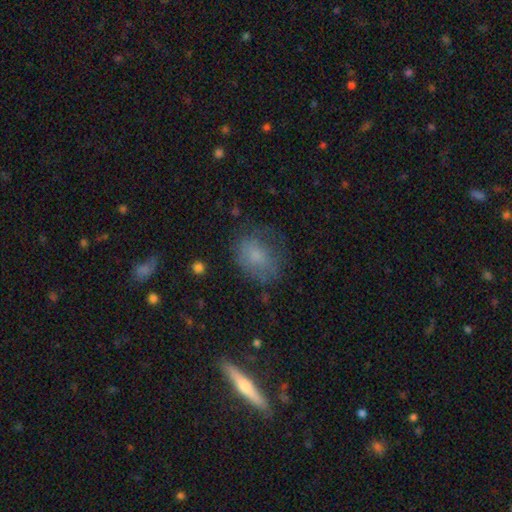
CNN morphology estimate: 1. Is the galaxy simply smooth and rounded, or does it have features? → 68% smooth, 20% featured or disk, 12% star or artifact.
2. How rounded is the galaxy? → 54% in between, 44% round, 1% cigar-shaped.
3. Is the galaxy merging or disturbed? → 55% none, 26% minor disturbance, 17% major disturbance, 2% merger.